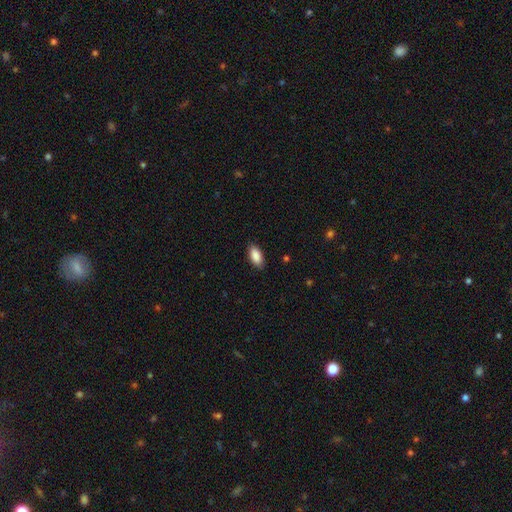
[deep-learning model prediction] This is clearly a smooth galaxy (89%). How rounded: clearly in between (91%). Merging: clearly none (87%).